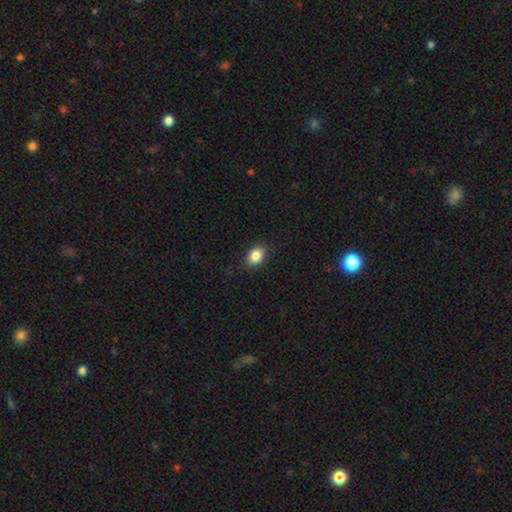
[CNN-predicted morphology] smooth-or-featured: smooth: 86% | star or artifact: 9% | featured or disk: 5%
  how-rounded: in between: 81% | round: 18% | cigar-shaped: 1%
  merging: none: 89% | minor disturbance: 8% | major disturbance: 2% | merger: 1%